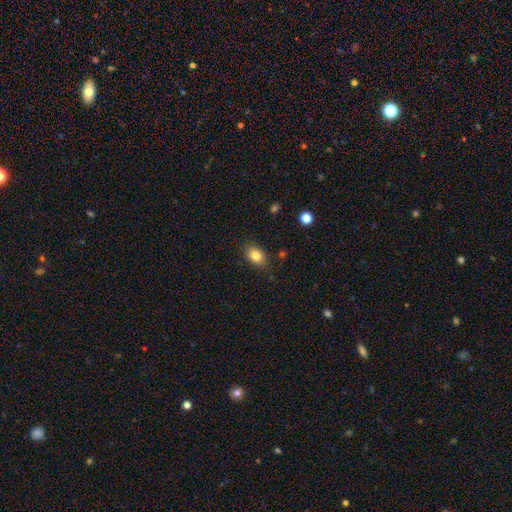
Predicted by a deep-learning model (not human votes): Overall: smooth (83%). How rounded: in between (76%). Merging: none (82%).